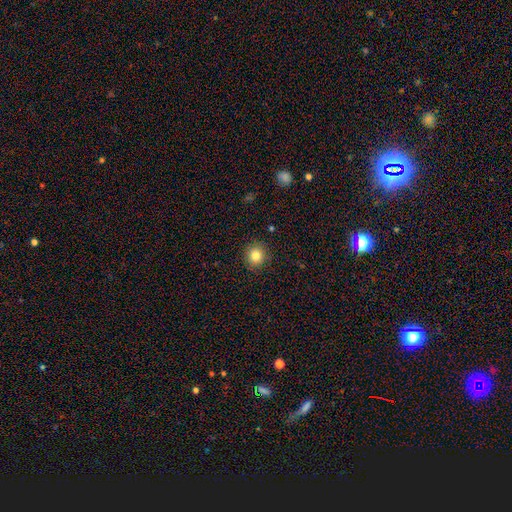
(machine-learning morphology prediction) Smooth or featured? Predicted: smooth (p=0.83). How rounded? Predicted: round (p=0.88). Merging? Predicted: none (p=0.90).